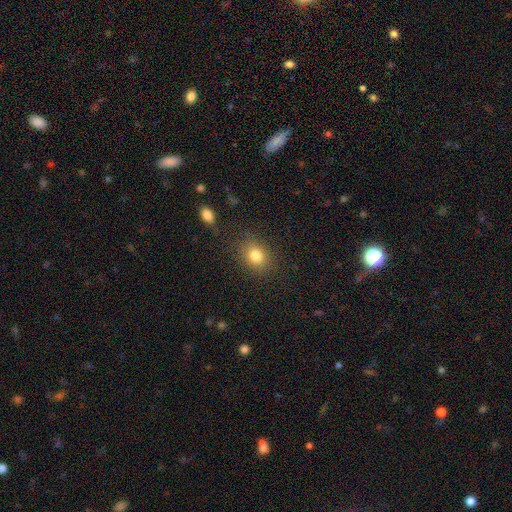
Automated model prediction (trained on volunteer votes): smooth_or_featured: smooth (p=0.81) [alt: star or artifact p=0.12]
how_rounded: round (p=0.56) [alt: in between p=0.43]
merging: none (p=0.83) [alt: minor disturbance p=0.11]